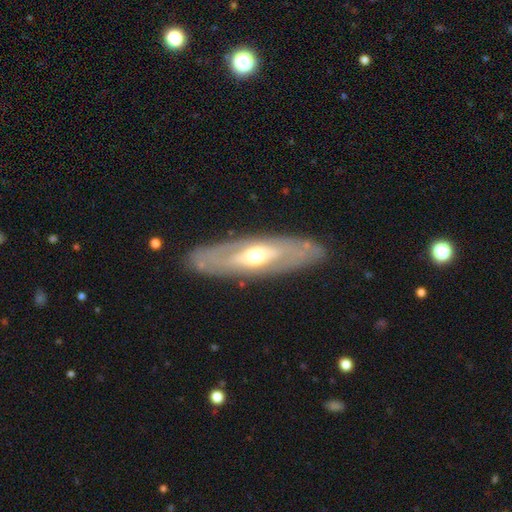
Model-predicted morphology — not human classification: A featured or disk galaxy (67%). Merging: none (84%).